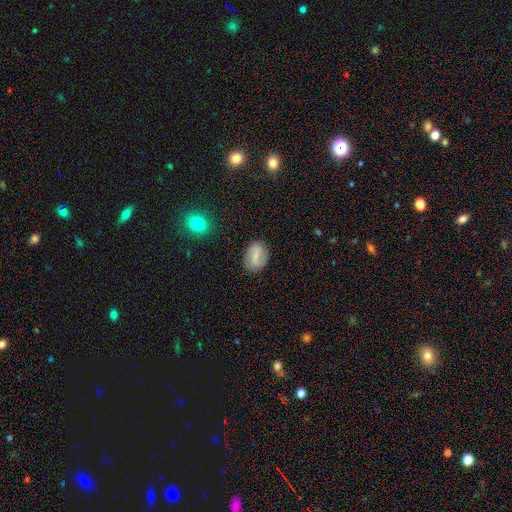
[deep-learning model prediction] Overall: smooth (55%; featured or disk 37%). How rounded: in between (71%). Merging: none (81%).